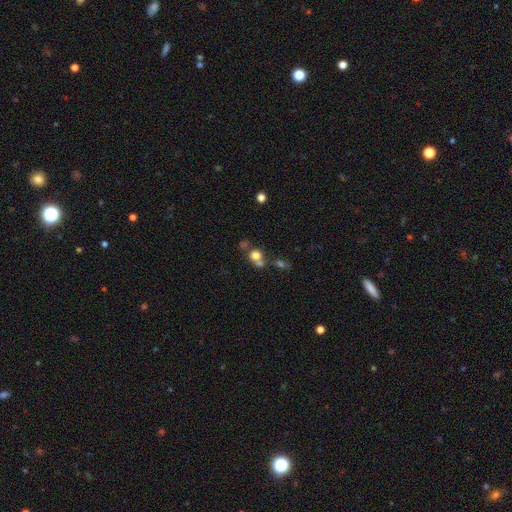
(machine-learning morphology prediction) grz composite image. It shows a smooth galaxy with no disk features (71%) that is round (81%). Merging: none (45%).